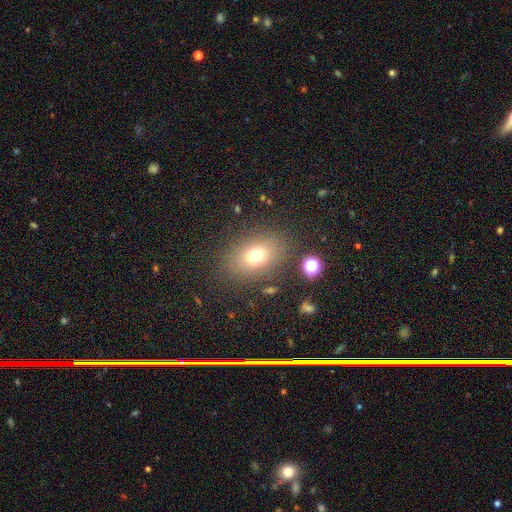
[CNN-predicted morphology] Smooth or featured?
  - smooth: 73% *
  - star or artifact: 15%
  - featured or disk: 13%
How rounded?
  - in between: 72% *
  - round: 27%
  - cigar-shaped: 1%
Merging?
  - none: 81% *
  - minor disturbance: 10%
  - major disturbance: 6%
  - merger: 3%